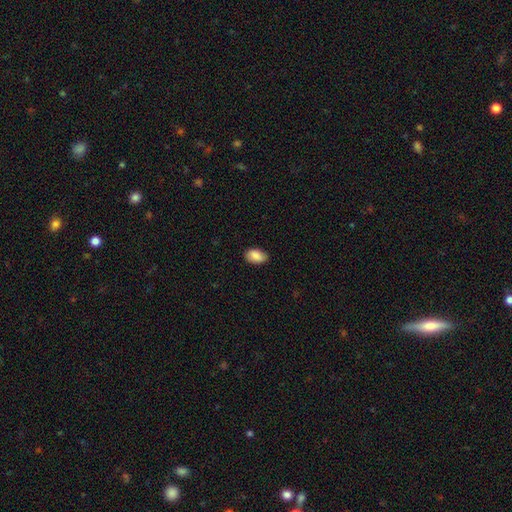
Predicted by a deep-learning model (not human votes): Smooth or featured? smooth (88%)
How rounded? in between (91%)
Merging? none (84%)